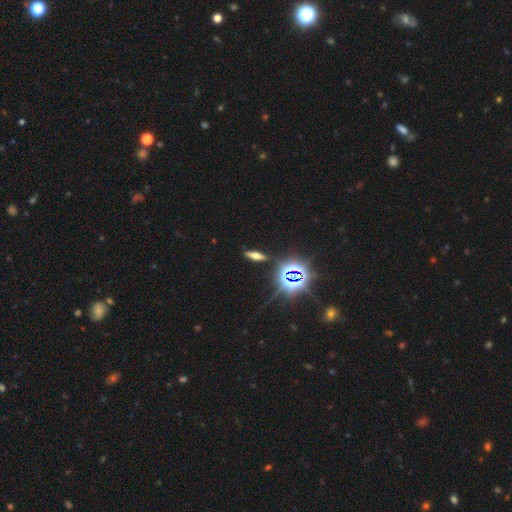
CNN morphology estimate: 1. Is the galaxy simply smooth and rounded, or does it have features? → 39% smooth, 33% star or artifact, 27% featured or disk.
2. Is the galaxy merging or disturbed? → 85% none, 9% minor disturbance, 3% major disturbance, 2% merger.